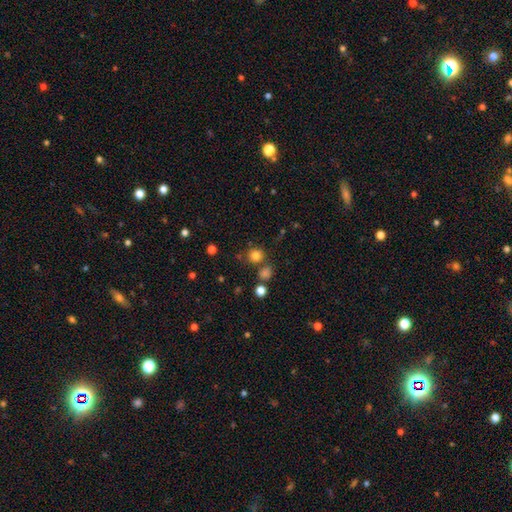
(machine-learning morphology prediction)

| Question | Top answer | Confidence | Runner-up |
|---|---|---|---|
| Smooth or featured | smooth | 80% | star or artifact (14%) |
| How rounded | round | 88% | in between (11%) |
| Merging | none | 74% | merger (12%) |